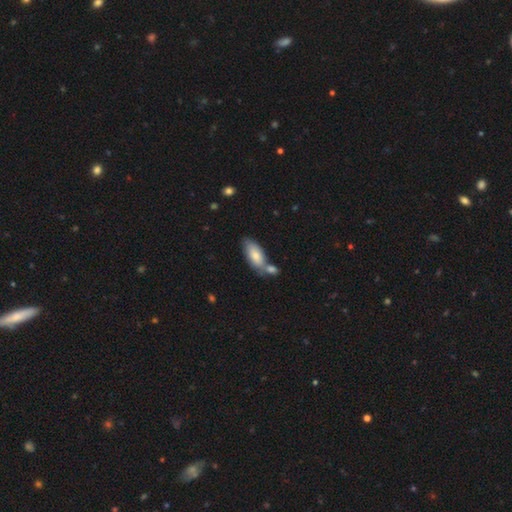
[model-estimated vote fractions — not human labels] smooth_or_featured: smooth (p=0.78) [alt: featured or disk p=0.16]
how_rounded: in between (p=0.86) [alt: cigar-shaped p=0.12]
merging: none (p=0.46) [alt: merger p=0.36]